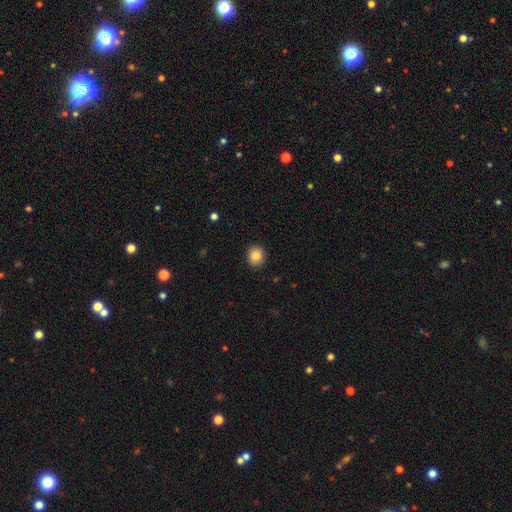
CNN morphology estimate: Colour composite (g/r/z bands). It shows a smooth galaxy with no disk features (87%) that is round (75%). Merging: none (89%).